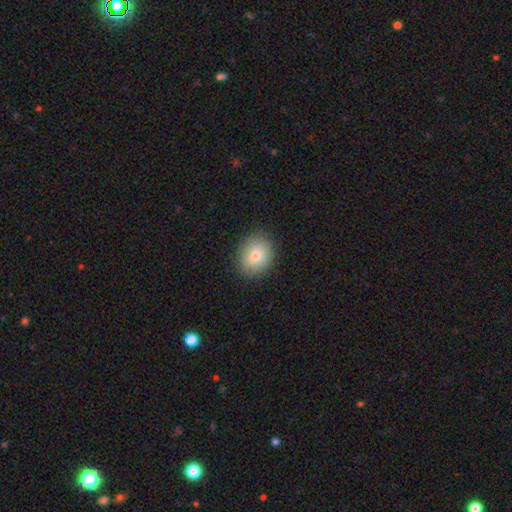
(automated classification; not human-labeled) Smooth or featured?
  - smooth: 81% *
  - featured or disk: 10%
  - star or artifact: 9%
How rounded?
  - round: 58% *
  - in between: 41%
  - cigar-shaped: 1%
Merging?
  - none: 89% *
  - minor disturbance: 8%
  - major disturbance: 2%
  - merger: 1%